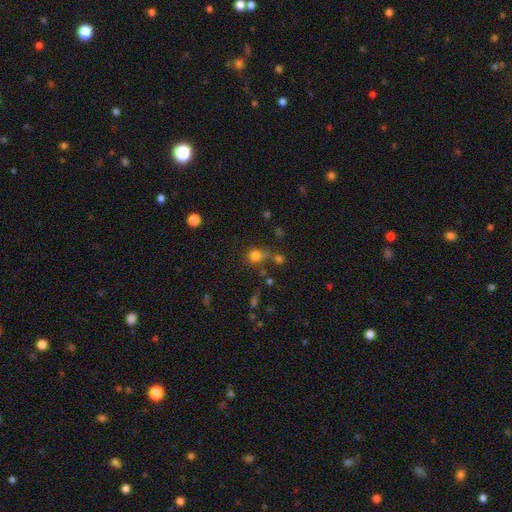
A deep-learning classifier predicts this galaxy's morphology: Q: Smooth or featured?
A: smooth (78%); runner-up: star or artifact (15%)
Q: How rounded?
A: round (83%); runner-up: in between (16%)
Q: Merging?
A: none (59%); runner-up: merger (19%)